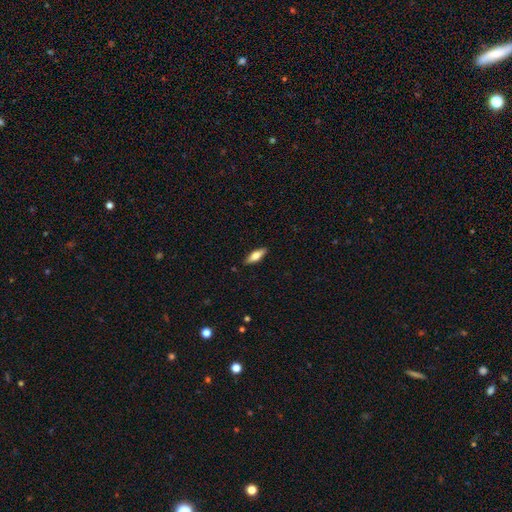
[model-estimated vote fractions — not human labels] Smooth or featured? smooth (64%)
How rounded? in between (57%)
Merging? none (88%)